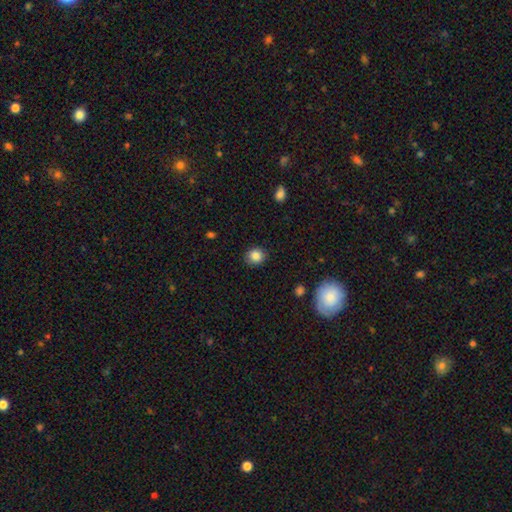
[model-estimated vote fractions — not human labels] smooth 85%, star or artifact 10%, featured or disk 5%. Down the decision tree: how rounded — round (85%); merging — none (88%).